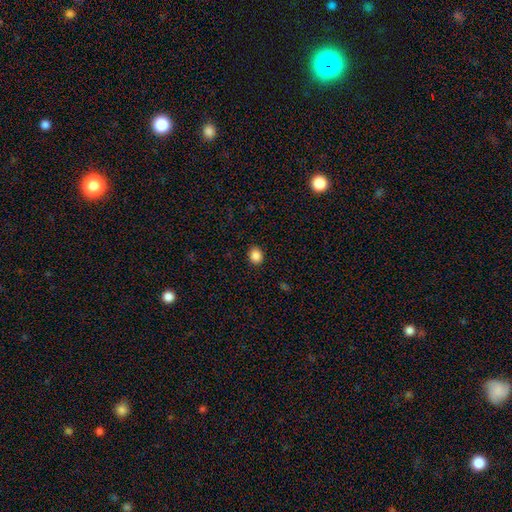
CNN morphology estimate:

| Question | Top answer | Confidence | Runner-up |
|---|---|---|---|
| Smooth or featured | smooth | 87% | star or artifact (10%) |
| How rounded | round | 64% | in between (36%) |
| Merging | none | 90% | minor disturbance (7%) |